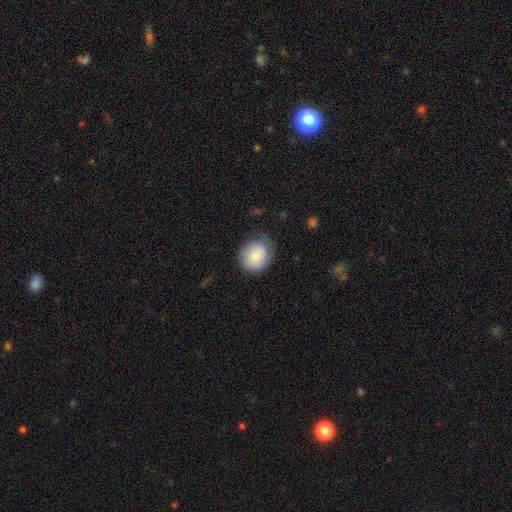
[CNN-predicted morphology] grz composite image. It shows a smooth galaxy with no disk features (80%) that is round (76%). Merging: none (67%).